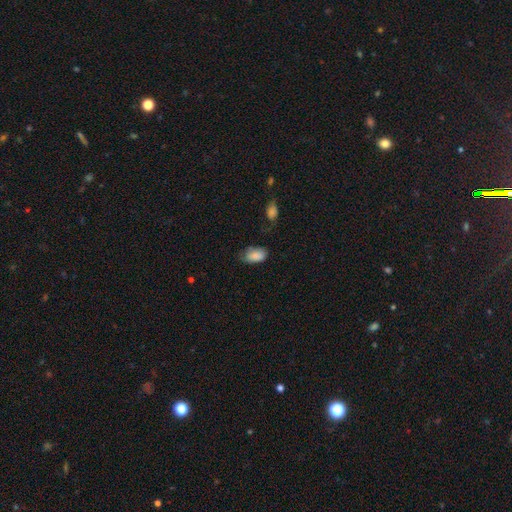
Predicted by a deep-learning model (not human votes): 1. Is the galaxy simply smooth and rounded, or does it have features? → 86% smooth, 7% star or artifact, 6% featured or disk.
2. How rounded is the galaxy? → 94% in between, 4% round, 2% cigar-shaped.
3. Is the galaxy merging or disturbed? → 56% none, 32% minor disturbance, 9% major disturbance, 3% merger.